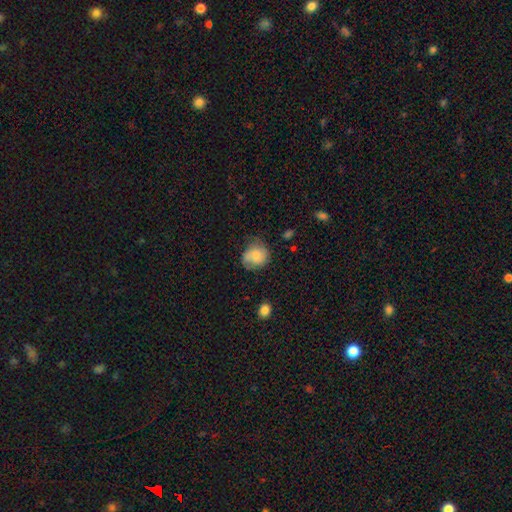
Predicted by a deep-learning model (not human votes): smooth_or_featured: smooth (p=0.64) [alt: featured or disk p=0.28]
how_rounded: round (p=0.72) [alt: in between p=0.27]
merging: none (p=0.57) [alt: minor disturbance p=0.30]